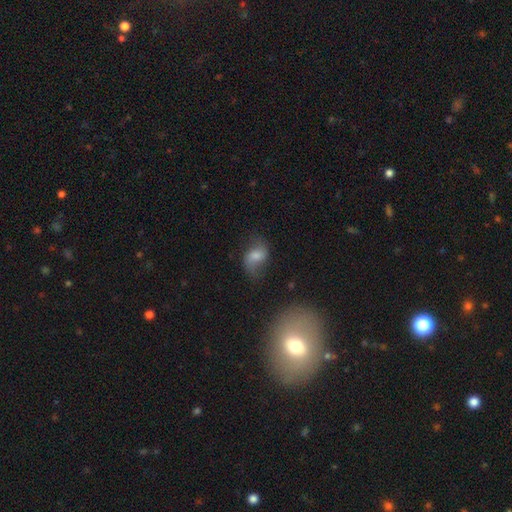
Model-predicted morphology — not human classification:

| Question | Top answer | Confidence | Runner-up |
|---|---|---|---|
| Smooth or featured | featured or disk | 49% | smooth (41%) |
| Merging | none | 57% | minor disturbance (25%) |